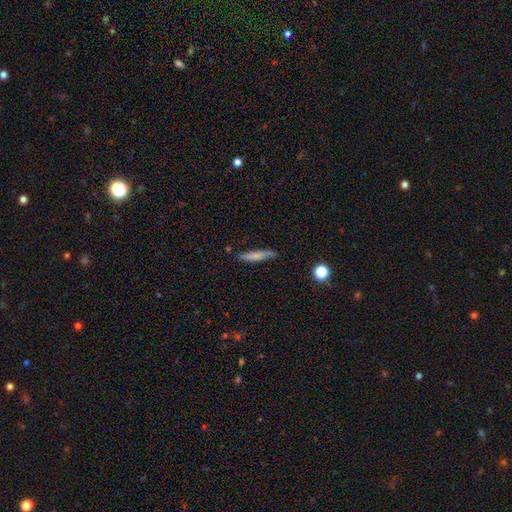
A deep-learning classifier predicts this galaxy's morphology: smooth 71%, featured or disk 22%, star or artifact 7%. Down the decision tree: how rounded — cigar-shaped (90%); merging — none (77%).